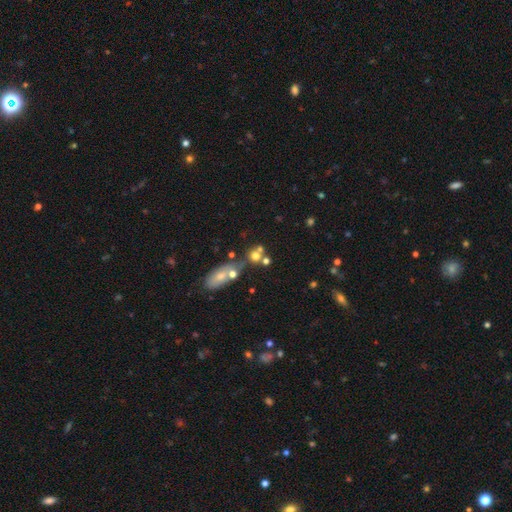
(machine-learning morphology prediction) Smooth or featured? Predicted: smooth (p=0.64). How rounded? Predicted: round (p=0.79). Merging? Predicted: none (p=0.44).